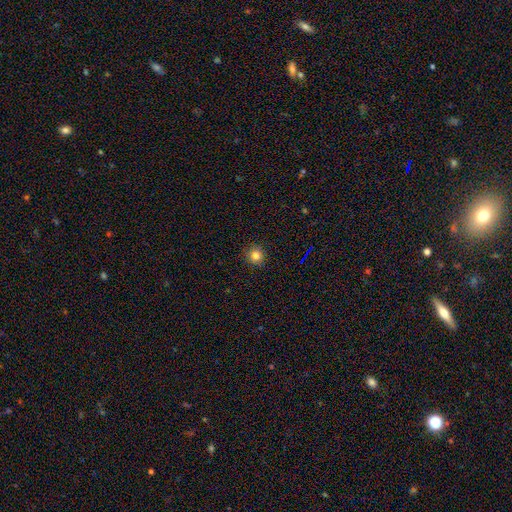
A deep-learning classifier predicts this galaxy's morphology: This is clearly a smooth galaxy (81%). How rounded: clearly round (92%). Merging: clearly none (91%).